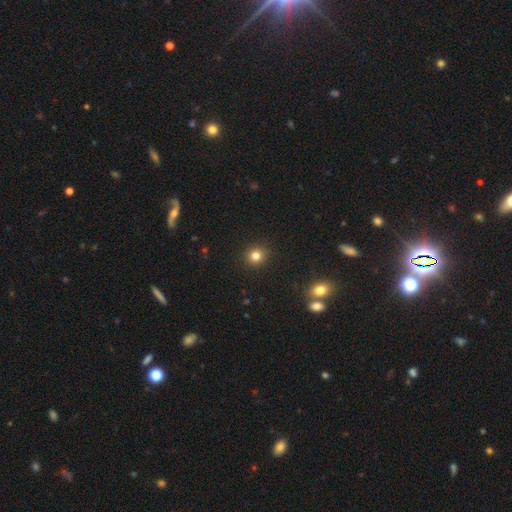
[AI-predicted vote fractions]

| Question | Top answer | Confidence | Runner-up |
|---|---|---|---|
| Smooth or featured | smooth | 82% | star or artifact (13%) |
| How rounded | round | 89% | in between (10%) |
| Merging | none | 92% | minor disturbance (5%) |